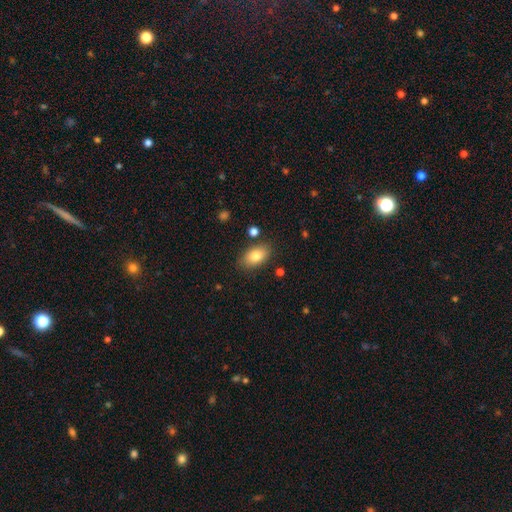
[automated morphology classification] Q: Smooth or featured?
A: smooth (79%); runner-up: featured or disk (13%)
Q: How rounded?
A: in between (89%); runner-up: round (9%)
Q: Merging?
A: none (84%); runner-up: minor disturbance (11%)